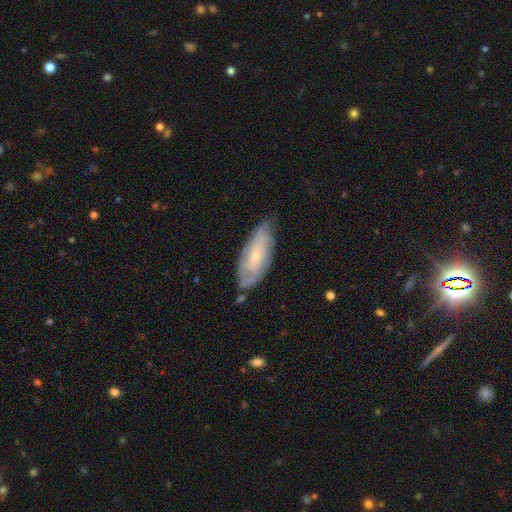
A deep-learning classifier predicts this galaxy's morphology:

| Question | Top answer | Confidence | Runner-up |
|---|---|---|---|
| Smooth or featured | featured or disk | 61% | smooth (33%) |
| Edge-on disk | no | 87% | yes (13%) |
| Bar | no | 74% | weak (22%) |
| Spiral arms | yes | 83% | no (17%) |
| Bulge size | small | 71% | moderate (24%) |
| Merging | none | 70% | minor disturbance (23%) |